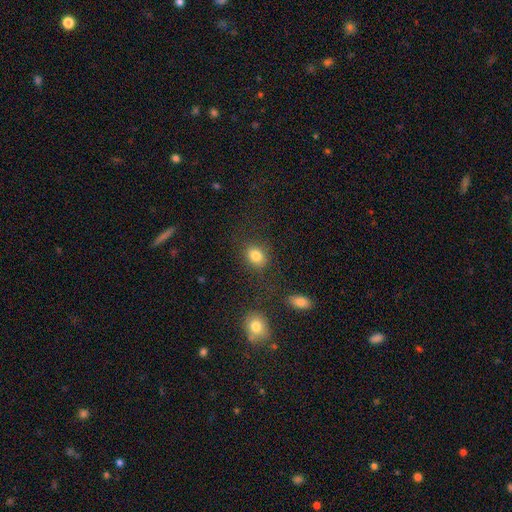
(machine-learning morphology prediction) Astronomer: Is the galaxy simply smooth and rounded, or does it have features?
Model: smooth — 83%.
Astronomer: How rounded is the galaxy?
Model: in between — 50% (runner-up: round, 49%).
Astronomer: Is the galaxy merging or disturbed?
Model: none — 77%.